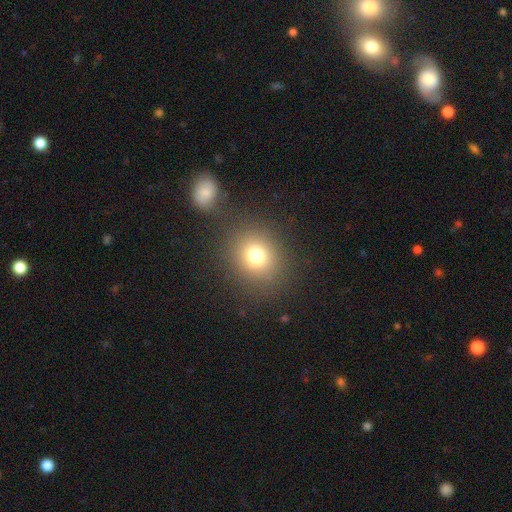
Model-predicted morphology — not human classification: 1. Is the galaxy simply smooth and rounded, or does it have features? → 76% smooth, 15% star or artifact, 9% featured or disk.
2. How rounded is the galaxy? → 77% round, 22% in between, 1% cigar-shaped.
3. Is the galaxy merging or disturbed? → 82% none, 9% minor disturbance, 5% merger, 5% major disturbance.